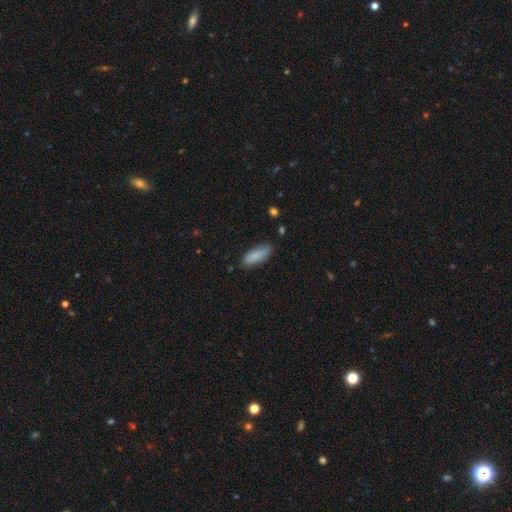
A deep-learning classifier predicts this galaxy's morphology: smooth-or-featured: smooth: 86% | featured or disk: 8% | star or artifact: 6%
  how-rounded: in between: 66% | cigar-shaped: 33% | round: 2%
  merging: none: 78% | minor disturbance: 17% | major disturbance: 3% | merger: 2%